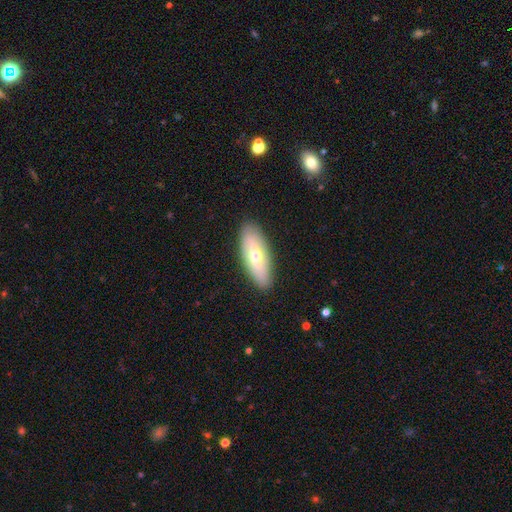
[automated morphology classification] Q: Smooth or featured?
A: smooth (48%); runner-up: featured or disk (45%)
Q: Merging?
A: none (87%); runner-up: minor disturbance (9%)